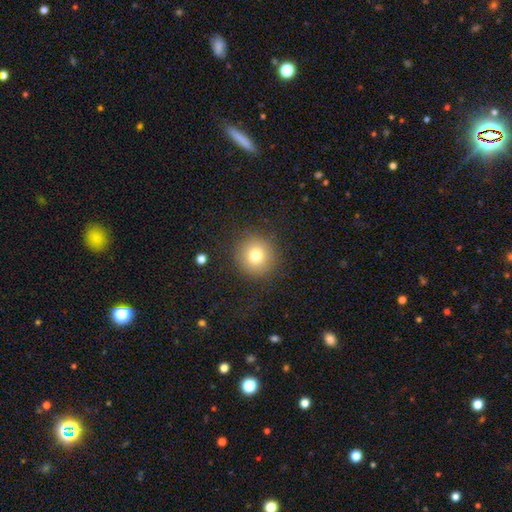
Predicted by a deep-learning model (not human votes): A smooth galaxy with no disk features (77%) that is round (93%). Merging: none (88%).